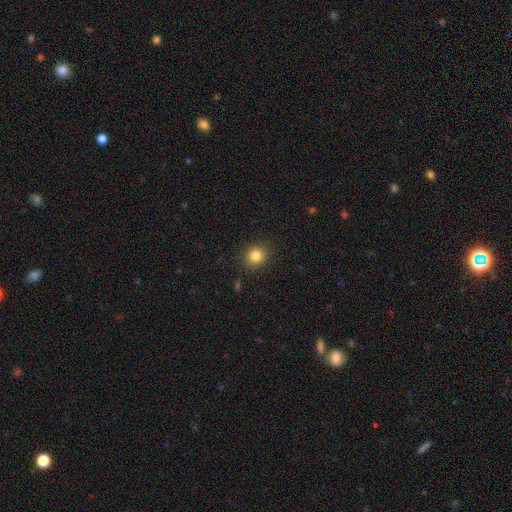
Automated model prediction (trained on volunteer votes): Overall: smooth (83%). How rounded: round (83%). Merging: none (89%).